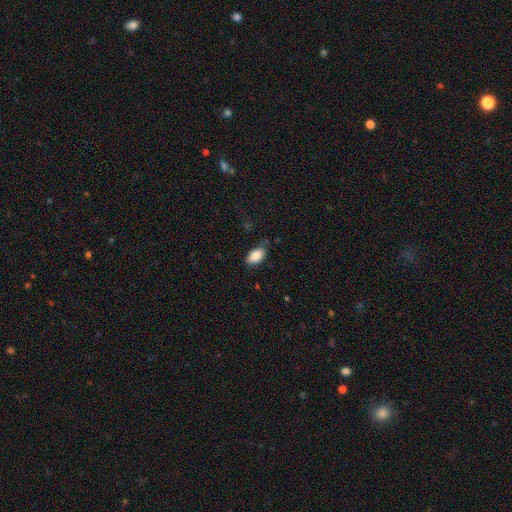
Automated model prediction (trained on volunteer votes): This is clearly a smooth galaxy (87%). How rounded: clearly in between (93%). Merging: likely none (77%).